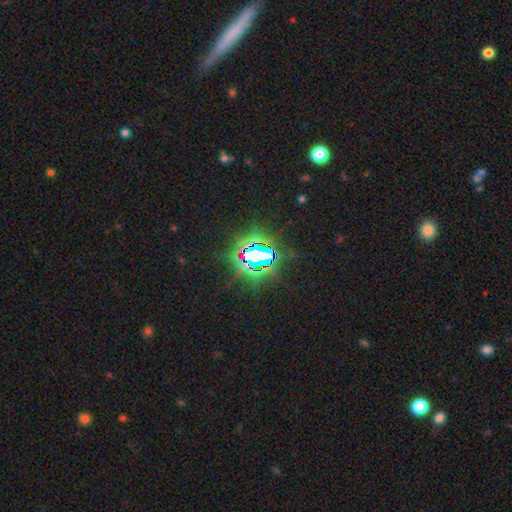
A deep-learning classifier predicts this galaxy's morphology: smooth_or_featured: star or artifact (p=0.80) [alt: smooth p=0.11]